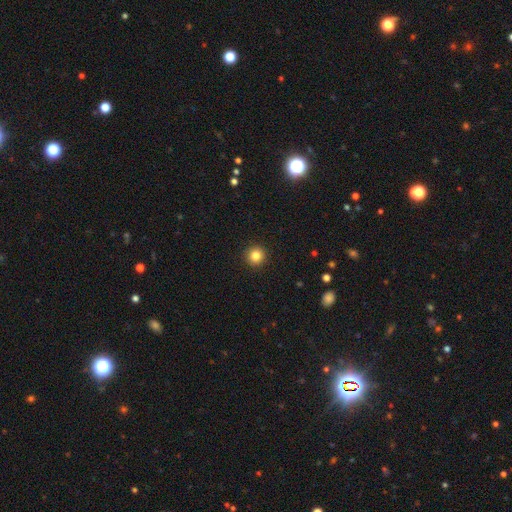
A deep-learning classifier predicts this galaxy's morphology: A smooth galaxy with no disk features (83%) that is round (95%). Merging: none (93%).